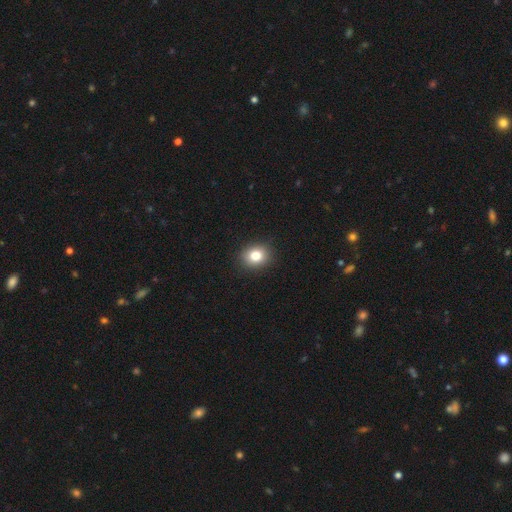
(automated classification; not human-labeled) smooth-or-featured: smooth: 82% | star or artifact: 11% | featured or disk: 8%
  how-rounded: round: 61% | in between: 38% | cigar-shaped: 1%
  merging: none: 91% | minor disturbance: 6% | major disturbance: 2% | merger: 1%